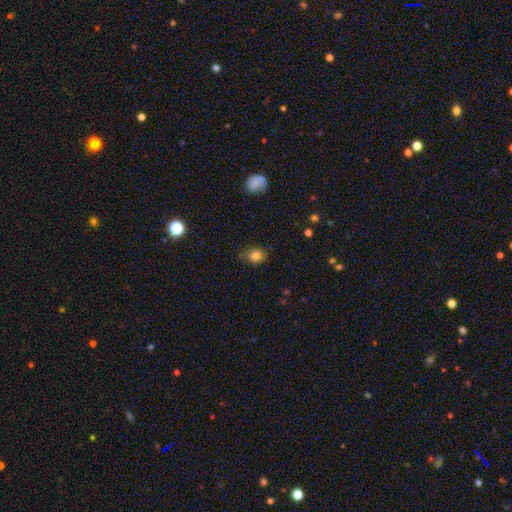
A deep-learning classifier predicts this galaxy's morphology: type=smooth (77%); roundness=round (56%); merging=none (65%).